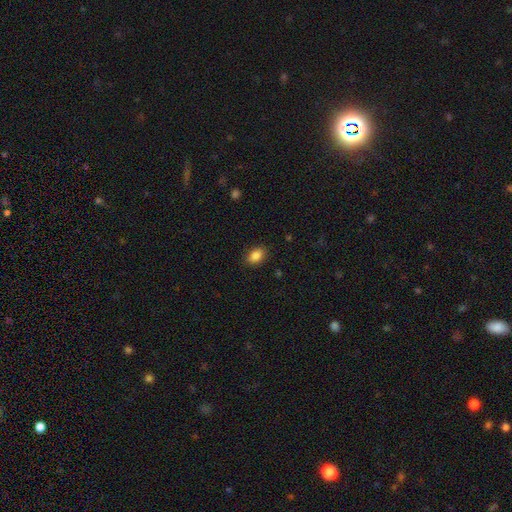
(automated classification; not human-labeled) Smooth or featured? smooth (87%)
How rounded? in between (84%)
Merging? none (88%)